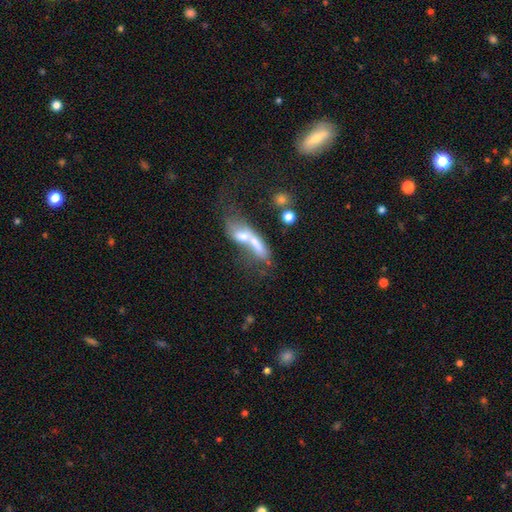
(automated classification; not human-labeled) This is possibly a featured or disk galaxy (52%). It is likely not viewed edge-on (72%). Merging: possibly merger (55%).